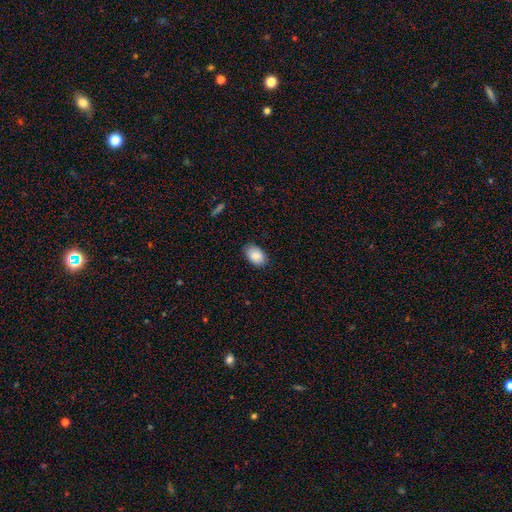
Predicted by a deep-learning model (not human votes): A smooth galaxy with no disk features (89%) that is in between round and cigar-shaped (90%). Merging: none (85%).